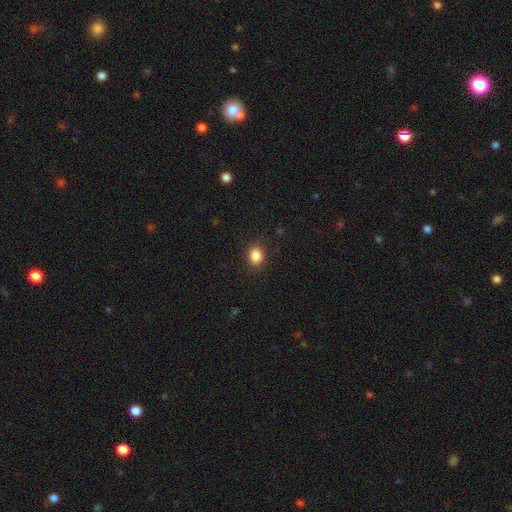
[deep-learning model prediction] Smooth or featured? smooth (86%)
How rounded? round (56%)
Merging? none (88%)